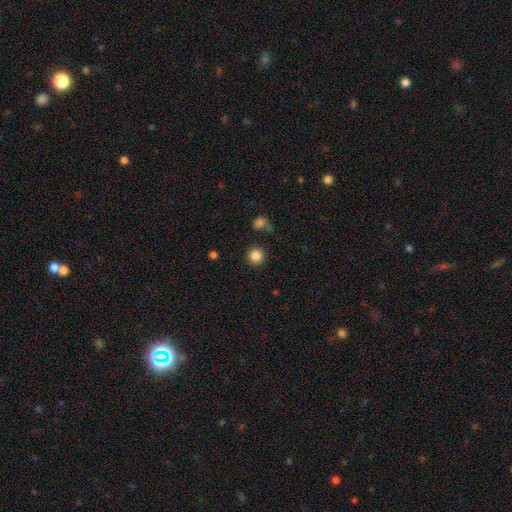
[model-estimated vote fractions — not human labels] Q: Smooth or featured?
A: smooth (85%); runner-up: star or artifact (10%)
Q: How rounded?
A: round (94%); runner-up: in between (5%)
Q: Merging?
A: none (85%); runner-up: minor disturbance (7%)